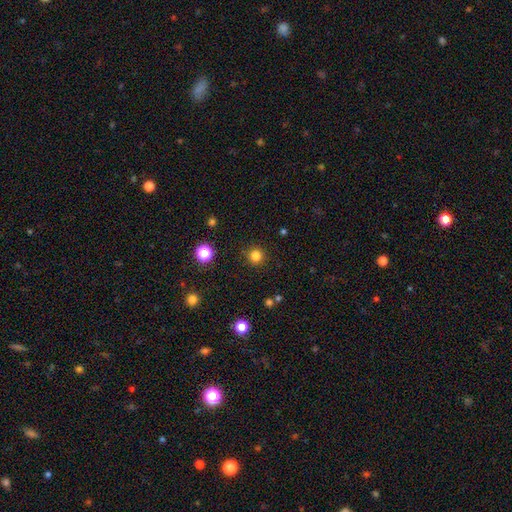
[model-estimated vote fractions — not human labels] A smooth galaxy with no disk features (82%) that is round (95%). Merging: none (90%).